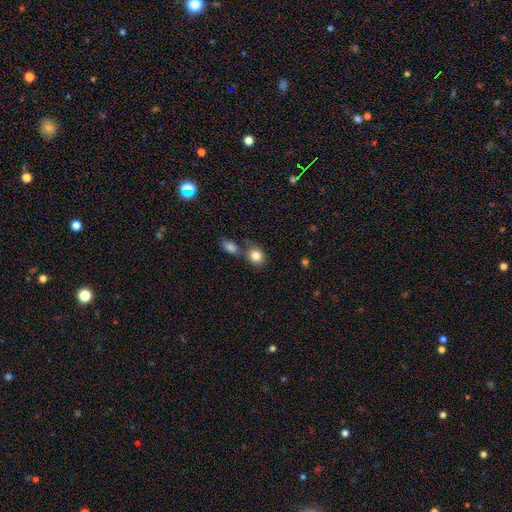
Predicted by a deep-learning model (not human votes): Overall: smooth (84%). How rounded: round (65%; in between 34%). Merging: none (55%; merger 29%).